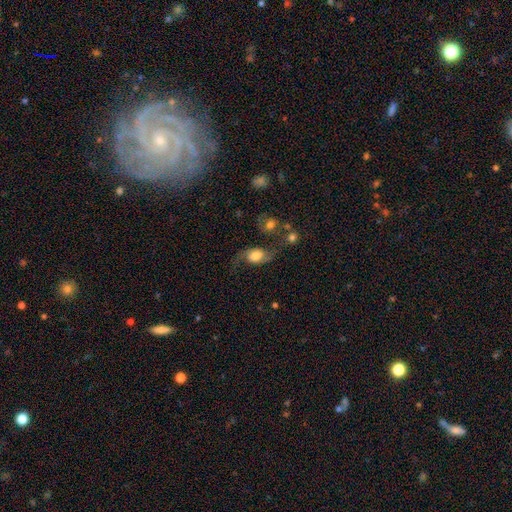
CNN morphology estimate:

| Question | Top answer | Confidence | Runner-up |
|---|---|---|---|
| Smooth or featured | featured or disk | 48% | smooth (43%) |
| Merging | none | 47% | minor disturbance (21%) |